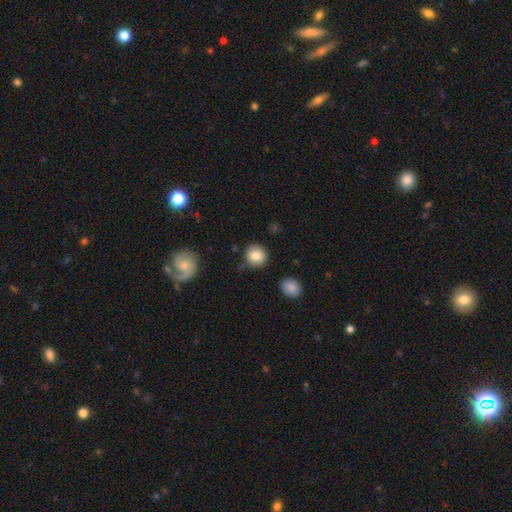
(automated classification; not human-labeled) Smooth or featured? smooth (84%)
How rounded? round (89%)
Merging? none (84%)